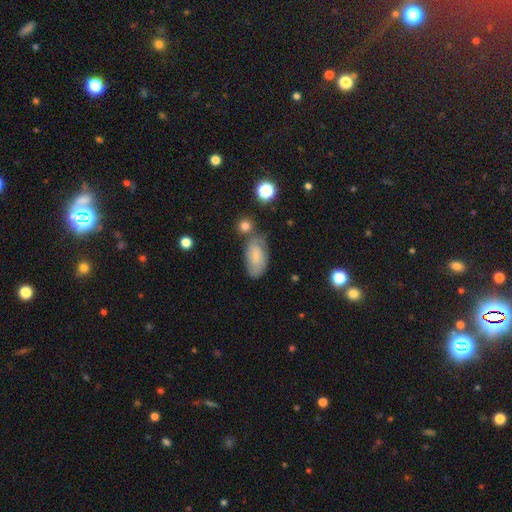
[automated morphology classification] smooth 61%, featured or disk 30%, star or artifact 9%. Down the decision tree: how rounded — in between (90%); merging — none (60%).